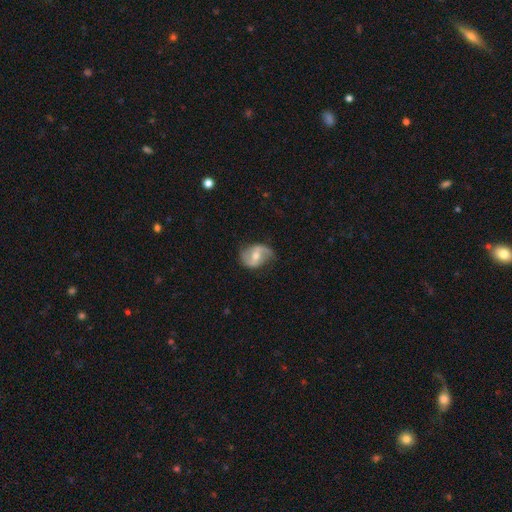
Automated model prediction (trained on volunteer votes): A featured or disk galaxy (73%) with a weak bar (45%), 2 (86%) loose (50%) spiral arms (88%) and a moderate central bulge (66%).

Vote fractions:
- Smooth or featured? featured or disk: 73% / smooth: 21% / star or artifact: 6%
- Edge-on disk? no: 97% / yes: 3%
- Bar? weak: 45% / no: 32% / strong: 23%
- Spiral arms? yes: 88% / no: 12%
- Spiral winding? loose: 50% / medium: 36% / tight: 13%
- Spiral arm count? 2: 86% / can't tell: 6% / 1: 5% / 3: 1% / 4: 1% / more than 4: 1%
- Bulge size? moderate: 66% / small: 28% / large: 3% / none: 2% / dominant: 1%
- Merging? none: 67% / minor disturbance: 23% / major disturbance: 8% / merger: 1%